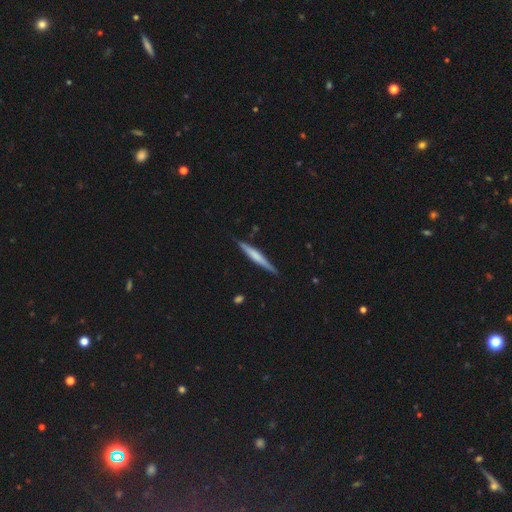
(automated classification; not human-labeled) The model was most divided on "smooth or featured": featured or disk: 50%, smooth: 45%, star or artifact: 5%. More confident: merging — none (88%).